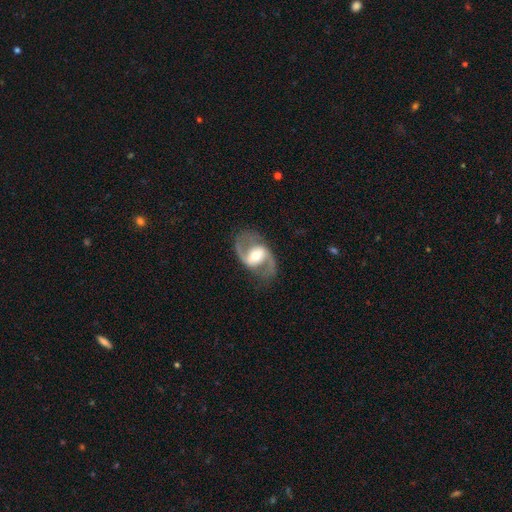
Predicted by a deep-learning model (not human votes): featured or disk 88%, smooth 7%, star or artifact 5%. Down the decision tree: edge-on disk — no (97%); bar — weak (40%); spiral arms — yes (94%); spiral arm count — 2 (93%); spiral winding — medium (50%); bulge size — moderate (66%); merging — none (80%).